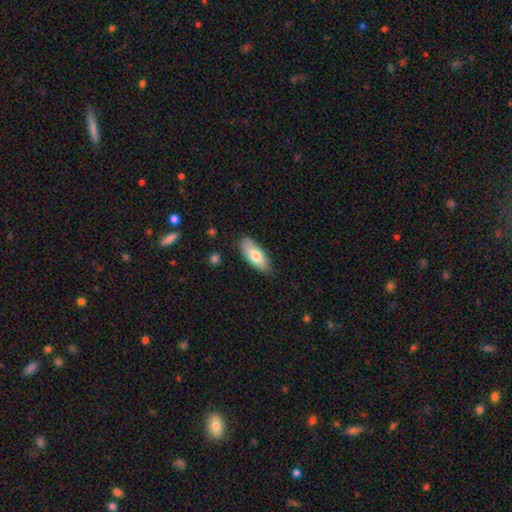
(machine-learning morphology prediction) Smooth or featured: smooth — 73% (featured or disk — 21%)
How rounded: in between — 80% (cigar-shaped — 18%)
Merging: none — 81% (minor disturbance — 15%)